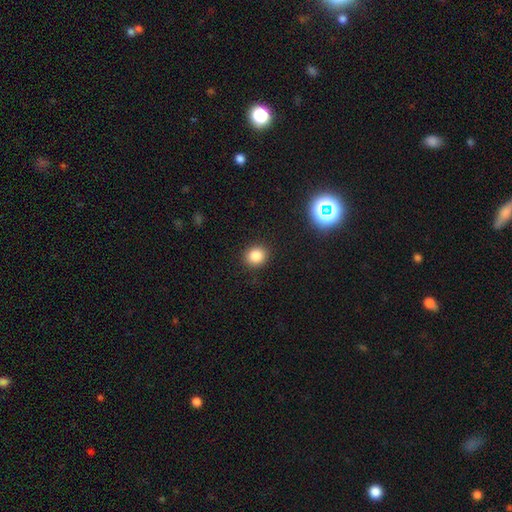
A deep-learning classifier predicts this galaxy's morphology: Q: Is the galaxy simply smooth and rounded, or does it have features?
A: smooth — 84%.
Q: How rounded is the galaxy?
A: round — 80%.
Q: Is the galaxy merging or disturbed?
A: none — 90%.